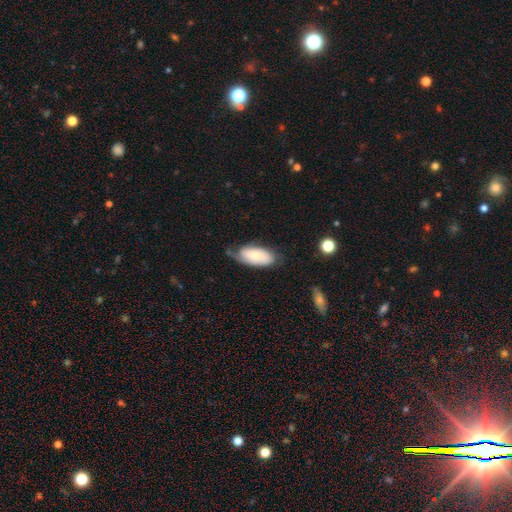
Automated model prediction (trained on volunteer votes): A smooth galaxy with no disk features (59%) that is in between round and cigar-shaped (91%). Merging: none (50%).